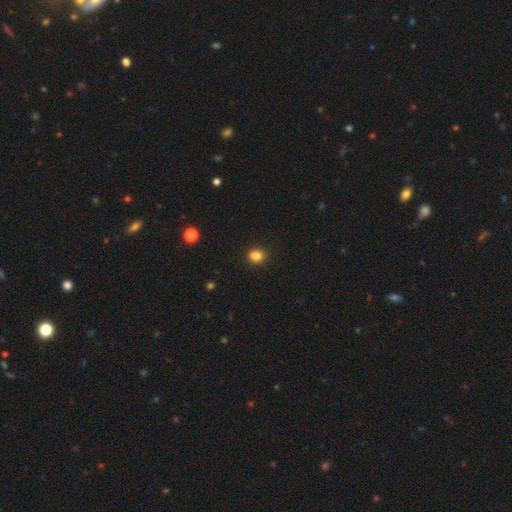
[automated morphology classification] Smooth or featured?
  - smooth: 80% *
  - star or artifact: 13%
  - featured or disk: 8%
How rounded?
  - round: 59% *
  - in between: 40%
  - cigar-shaped: 1%
Merging?
  - none: 59% *
  - merger: 24%
  - minor disturbance: 13%
  - major disturbance: 4%